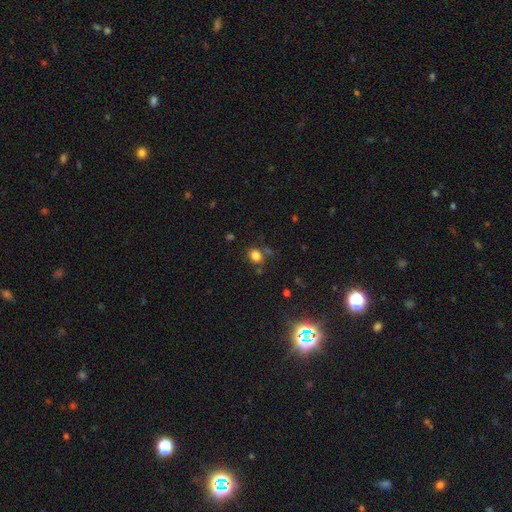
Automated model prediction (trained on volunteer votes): Morphology: type=smooth (81%); roundness=round (58%); merging=none (76%).